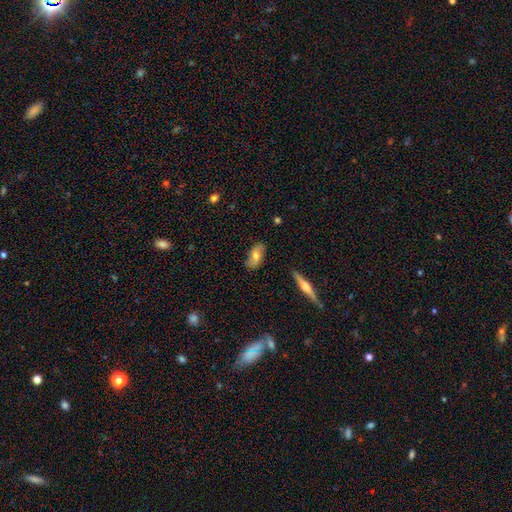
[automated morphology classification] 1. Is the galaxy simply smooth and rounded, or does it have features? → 60% smooth, 33% featured or disk, 7% star or artifact.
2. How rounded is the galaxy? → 87% in between, 9% cigar-shaped, 4% round.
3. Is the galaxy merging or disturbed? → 80% none, 15% minor disturbance, 3% major disturbance, 2% merger.